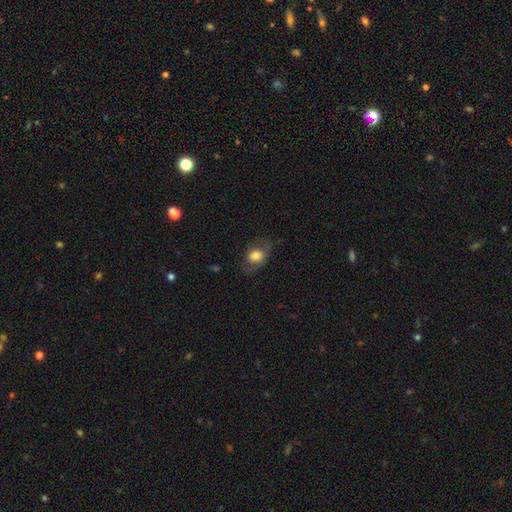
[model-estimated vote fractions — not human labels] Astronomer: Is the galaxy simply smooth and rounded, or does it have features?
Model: smooth — 69%.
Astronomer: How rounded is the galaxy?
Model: in between — 67%.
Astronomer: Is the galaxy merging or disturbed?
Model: none — 59%.